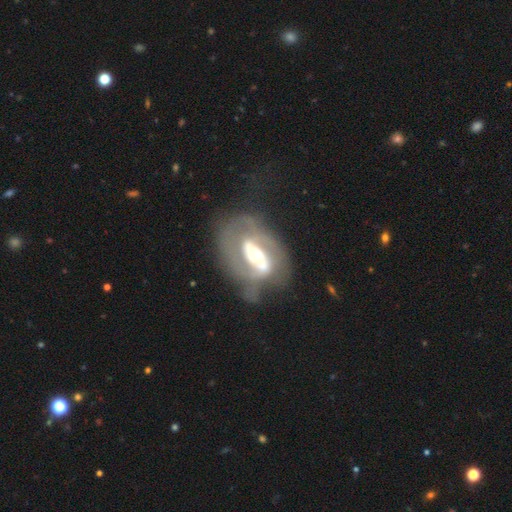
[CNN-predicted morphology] Smooth or featured: featured or disk — 80% (smooth — 14%)
Edge-on disk: no — 95% (yes — 5%)
Bar: strong — 42% (weak — 31%)
Spiral arms: yes — 71% (no — 29%)
Spiral winding: medium — 41% (tight — 39%)
Spiral arm count: 2 — 69% (can't tell — 17%)
Bulge size: moderate — 64% (large — 21%)
Merging: none — 45% (major disturbance — 25%)